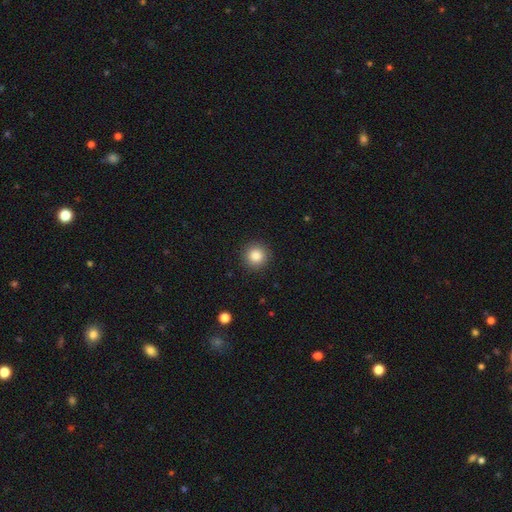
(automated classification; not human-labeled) The model was most divided on "smooth or featured": smooth: 86%, star or artifact: 10%, featured or disk: 4%. More confident: how rounded — round (94%); merging — none (91%).